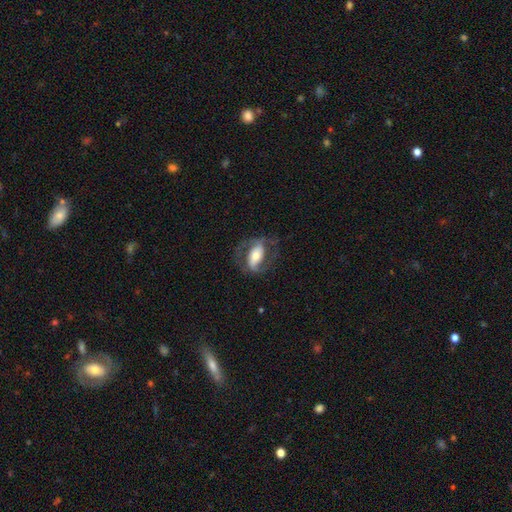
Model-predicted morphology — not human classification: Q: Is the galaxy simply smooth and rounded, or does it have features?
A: featured or disk — 74%.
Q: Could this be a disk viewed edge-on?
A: no — 94%.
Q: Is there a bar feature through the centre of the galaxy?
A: strong — 49%.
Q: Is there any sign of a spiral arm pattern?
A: yes — 85%.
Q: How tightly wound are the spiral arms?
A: medium — 51%.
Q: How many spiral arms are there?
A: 2 — 87%.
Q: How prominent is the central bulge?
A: moderate — 51%.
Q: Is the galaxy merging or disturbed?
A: none — 68%.